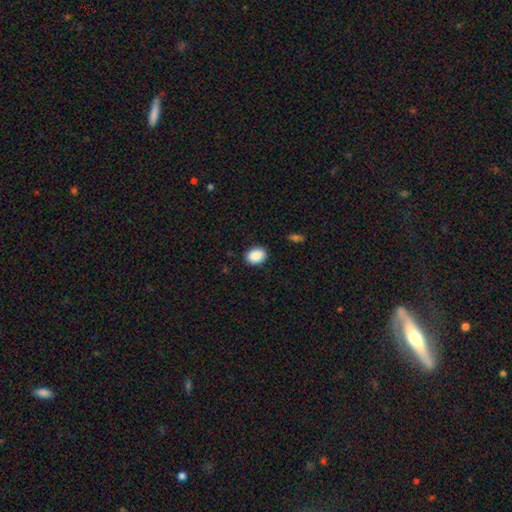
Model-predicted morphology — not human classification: This is clearly a smooth galaxy (89%). How rounded: likely in between (67%). Merging: clearly none (89%).